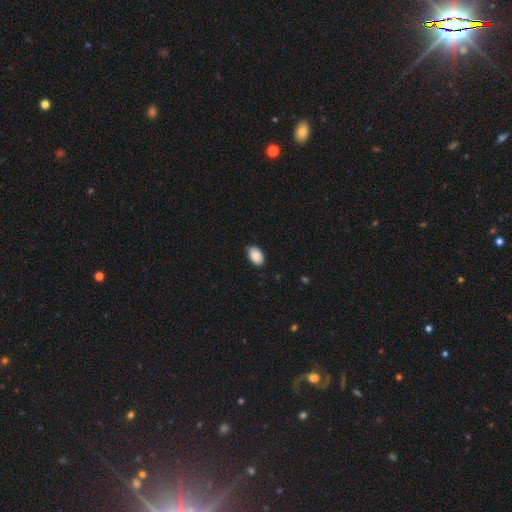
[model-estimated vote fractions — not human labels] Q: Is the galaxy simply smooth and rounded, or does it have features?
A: smooth — 89%.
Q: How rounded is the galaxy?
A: in between — 89%.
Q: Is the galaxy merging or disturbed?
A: none — 83%.